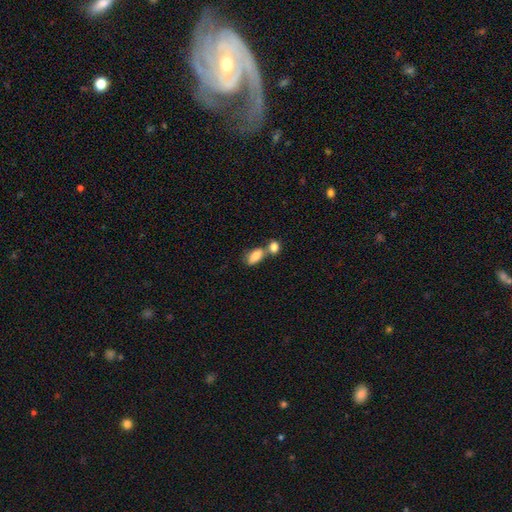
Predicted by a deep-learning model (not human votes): This is clearly a smooth galaxy (82%). How rounded: clearly in between (85%). Merging: possibly merger (50%).